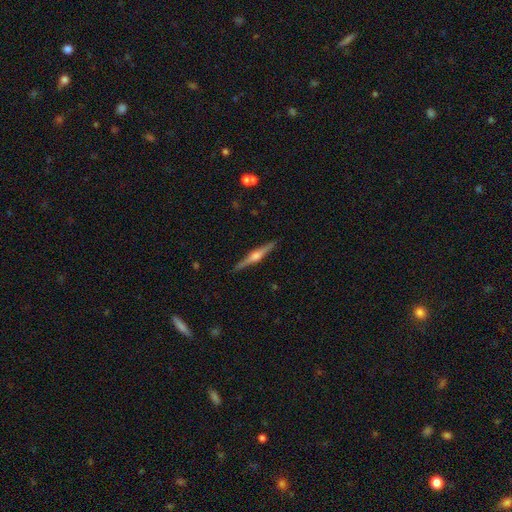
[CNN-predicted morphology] Overall: featured or disk (78%). Edge-on disk: yes (98%). Edge-on bulge: rounded (87%). Merging: none (91%).